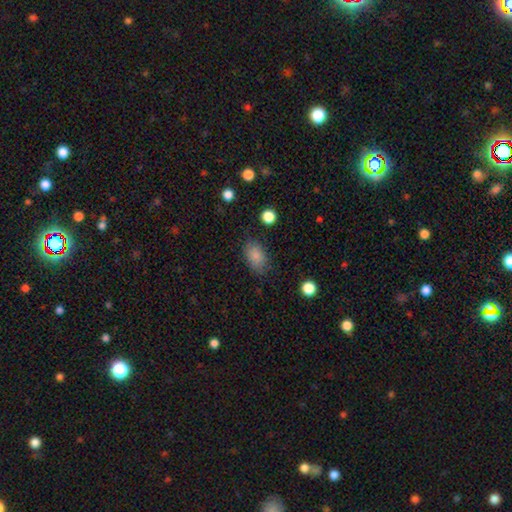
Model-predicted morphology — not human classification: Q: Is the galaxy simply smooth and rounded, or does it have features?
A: smooth — 84%.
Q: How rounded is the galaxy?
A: in between — 86%.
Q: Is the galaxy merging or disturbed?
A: none — 78%.